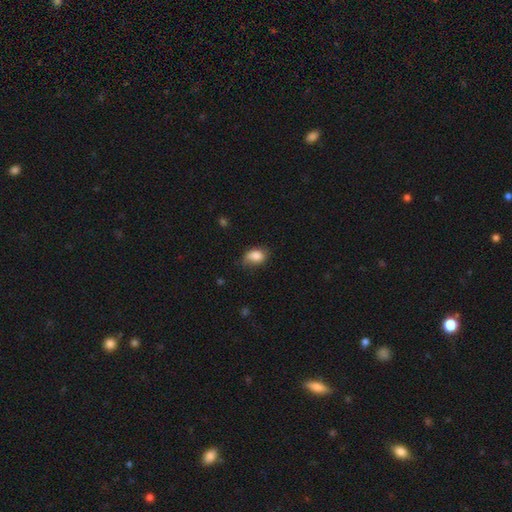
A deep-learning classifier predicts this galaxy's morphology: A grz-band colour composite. It shows a smooth galaxy with no disk features (83%) that is in between round and cigar-shaped (77%). Merging: none (56%).